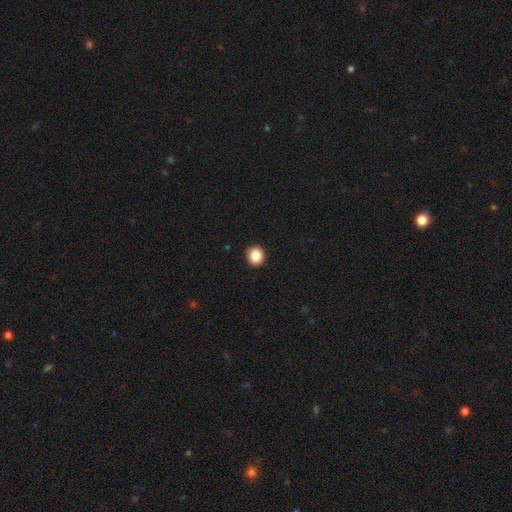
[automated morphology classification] The model was most divided on "how rounded": round: 83%, in between: 16%, cigar-shaped: 1%. More confident: merging — none (91%); smooth or featured — smooth (87%).